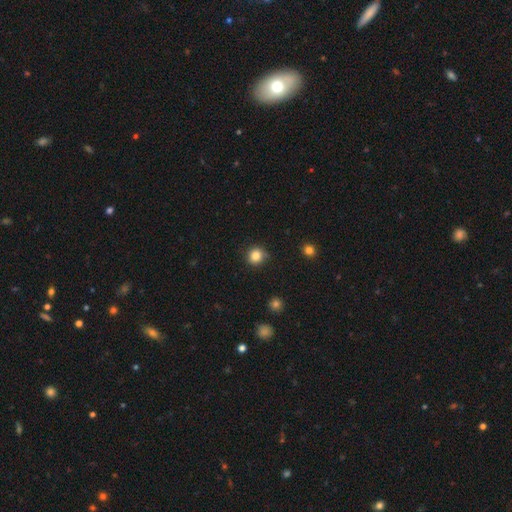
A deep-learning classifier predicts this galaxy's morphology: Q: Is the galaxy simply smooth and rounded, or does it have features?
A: smooth — 84%.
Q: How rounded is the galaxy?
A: round — 92%.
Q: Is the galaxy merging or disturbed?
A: none — 86%.